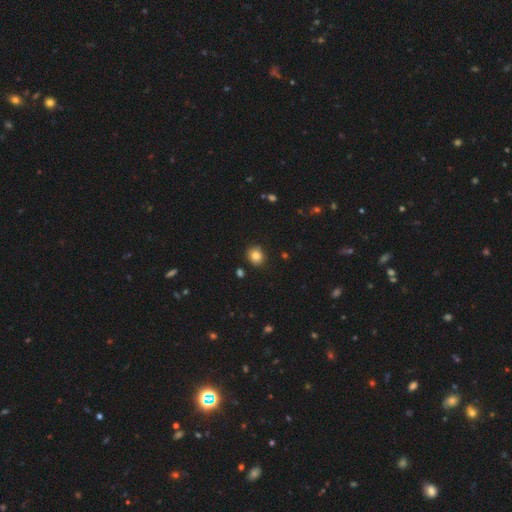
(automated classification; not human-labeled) Morphology: type=smooth (83%); roundness=round (77%); merging=none (87%).